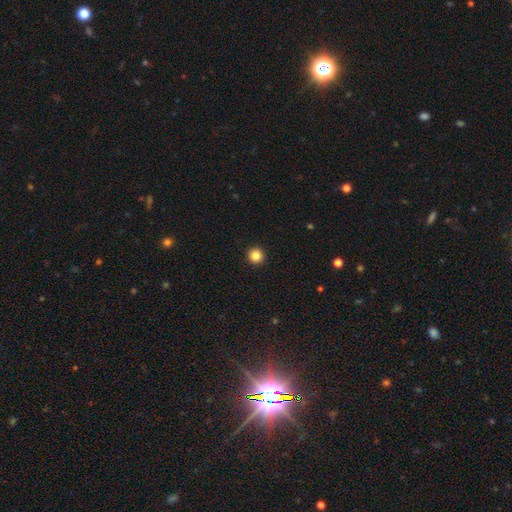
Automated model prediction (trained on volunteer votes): smooth-or-featured: smooth: 84% | star or artifact: 11% | featured or disk: 4%
  how-rounded: round: 96% | in between: 3% | cigar-shaped: 1%
  merging: none: 94% | minor disturbance: 4% | major disturbance: 1% | merger: 1%